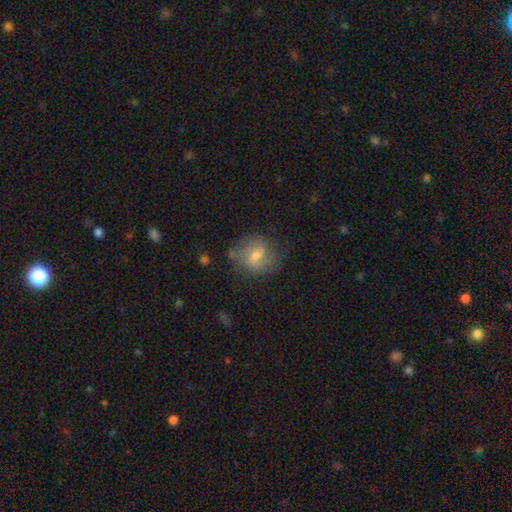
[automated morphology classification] Smooth or featured? smooth (48%)
Merging? none (63%)